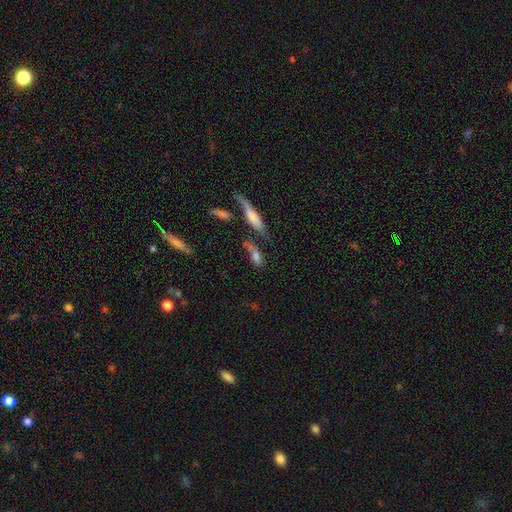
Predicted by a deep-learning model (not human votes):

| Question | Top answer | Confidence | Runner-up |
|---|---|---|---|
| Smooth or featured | smooth | 63% | featured or disk (25%) |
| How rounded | in between | 69% | cigar-shaped (24%) |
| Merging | none | 34% | merger (32%) |